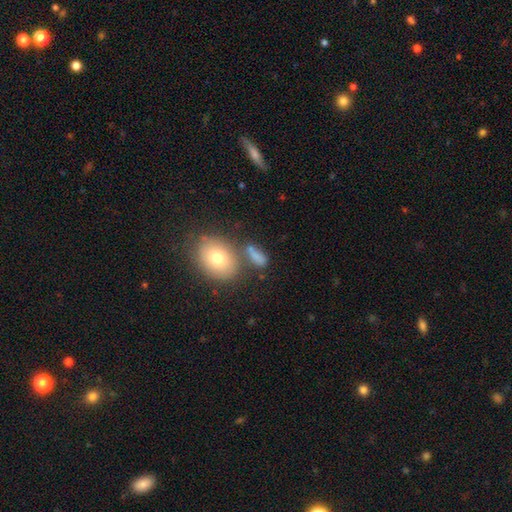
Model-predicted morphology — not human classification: Smooth or featured?
  - smooth: 77% *
  - featured or disk: 12%
  - star or artifact: 11%
How rounded?
  - in between: 67% *
  - cigar-shaped: 17%
  - round: 16%
Merging?
  - none: 56% *
  - merger: 19%
  - minor disturbance: 16%
  - major disturbance: 9%